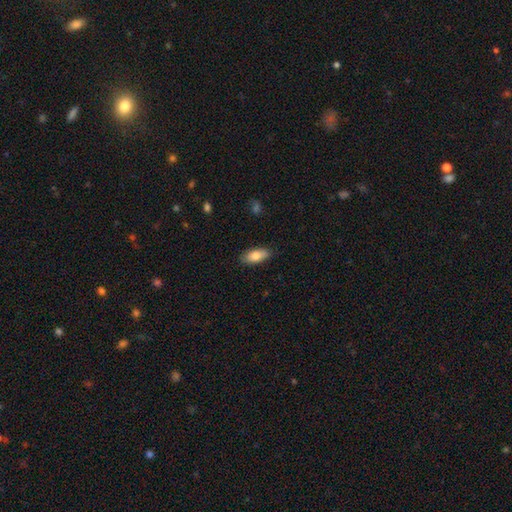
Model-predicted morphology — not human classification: Overall: smooth (82%). How rounded: in between (84%). Merging: none (86%).